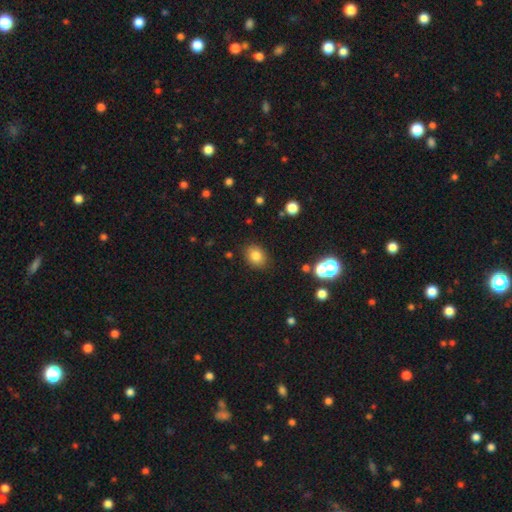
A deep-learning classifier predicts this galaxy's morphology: type=smooth (82%); roundness=in between (53%); merging=none (85%).